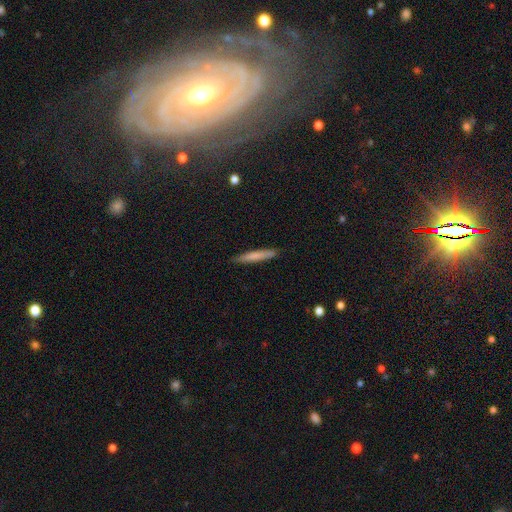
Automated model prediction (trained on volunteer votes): Overall: smooth (74%). How rounded: cigar-shaped (95%). Merging: none (89%).